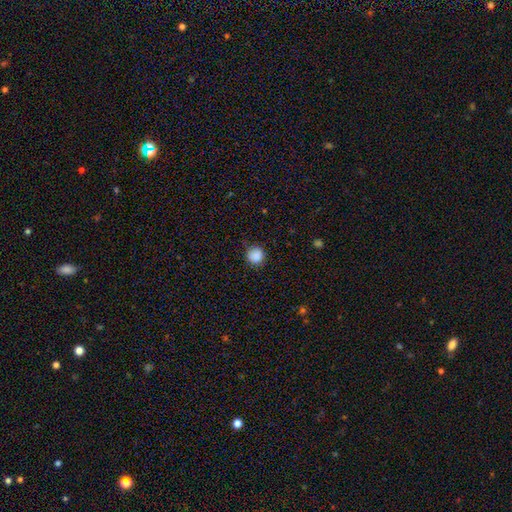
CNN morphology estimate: smooth_or_featured: smooth (p=0.88) [alt: star or artifact p=0.10]
how_rounded: round (p=0.93) [alt: in between p=0.06]
merging: none (p=0.86) [alt: minor disturbance p=0.10]